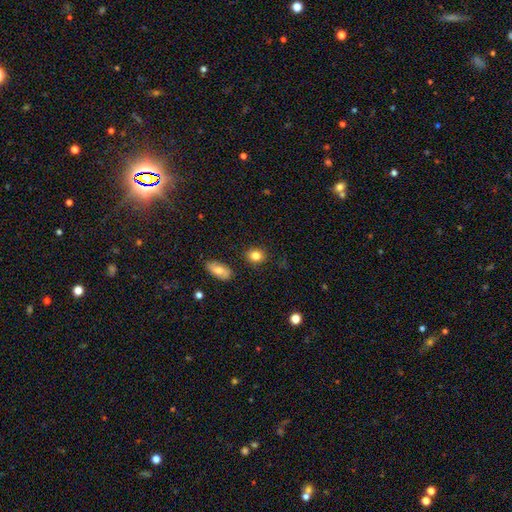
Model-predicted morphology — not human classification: Smooth or featured: smooth — 84% (star or artifact — 10%)
How rounded: round — 62% (in between — 36%)
Merging: none — 87% (minor disturbance — 9%)